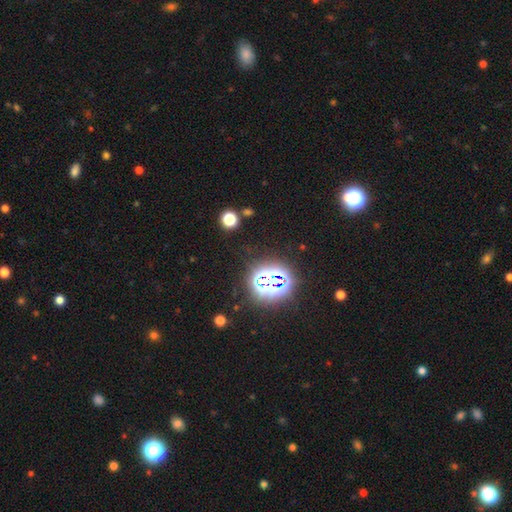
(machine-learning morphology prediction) A star or artifact, not a galaxy (80%).

Vote fractions:
- Smooth or featured? star or artifact: 80% / smooth: 14% / featured or disk: 6%